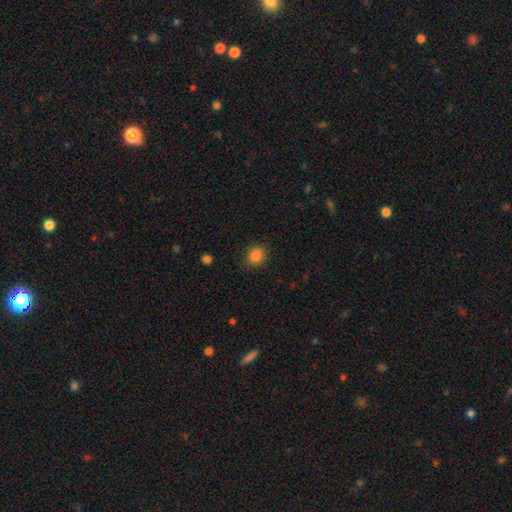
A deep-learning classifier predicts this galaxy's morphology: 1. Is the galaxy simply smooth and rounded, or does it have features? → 85% smooth, 11% star or artifact, 5% featured or disk.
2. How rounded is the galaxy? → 59% round, 40% in between, 1% cigar-shaped.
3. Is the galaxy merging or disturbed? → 87% none, 9% minor disturbance, 3% major disturbance, 1% merger.